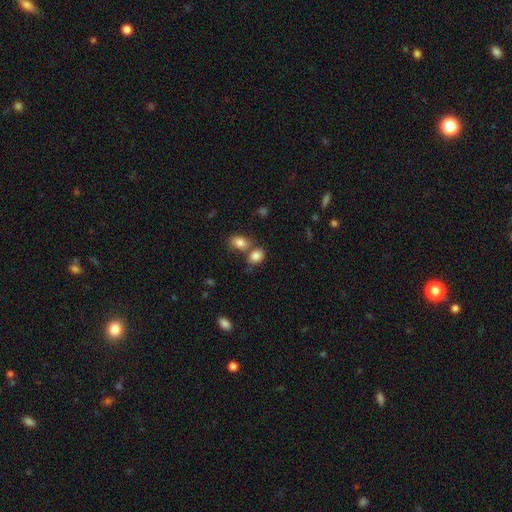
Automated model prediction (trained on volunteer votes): Smooth or featured? smooth (84%)
How rounded? in between (74%)
Merging? none (50%)